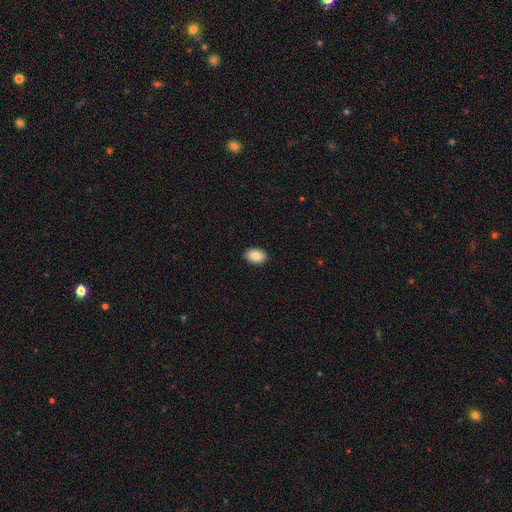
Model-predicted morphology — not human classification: Smooth or featured: smooth — 84% (featured or disk — 9%)
How rounded: in between — 85% (round — 14%)
Merging: none — 91% (minor disturbance — 7%)